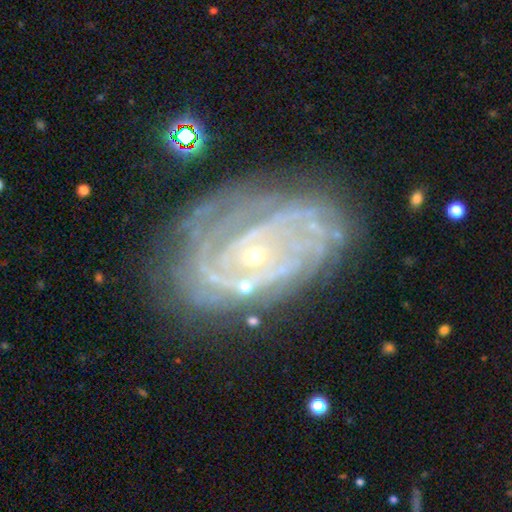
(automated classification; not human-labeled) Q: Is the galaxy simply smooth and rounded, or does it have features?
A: featured or disk — 87%.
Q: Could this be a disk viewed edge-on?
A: no — 96%.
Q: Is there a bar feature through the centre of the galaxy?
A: no — 66%.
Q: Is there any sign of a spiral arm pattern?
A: yes — 96%.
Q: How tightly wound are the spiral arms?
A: tight — 76%.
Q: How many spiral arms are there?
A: can't tell — 30%.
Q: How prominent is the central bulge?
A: small — 81%.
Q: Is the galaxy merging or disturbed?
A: none — 72%.